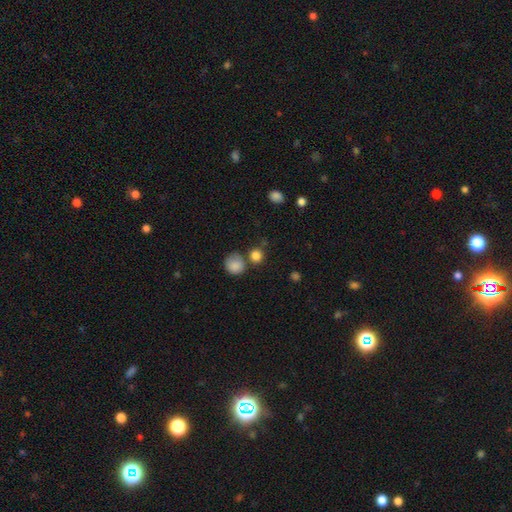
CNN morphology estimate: smooth-or-featured: smooth: 83% | star or artifact: 12% | featured or disk: 5%
  how-rounded: round: 87% | in between: 11% | cigar-shaped: 1%
  merging: none: 65% | merger: 20% | minor disturbance: 10% | major disturbance: 4%